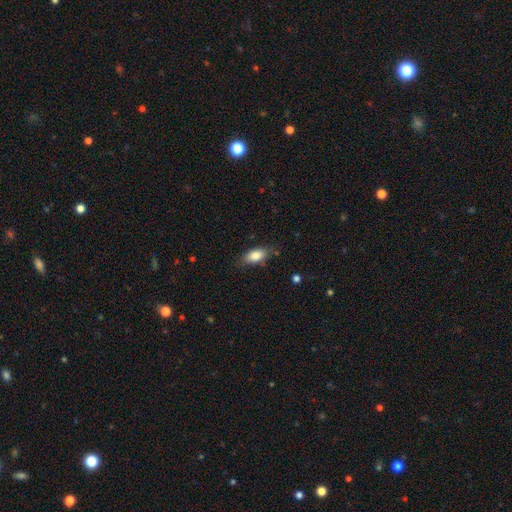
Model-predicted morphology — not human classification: Smooth or featured? smooth (82%)
How rounded? in between (88%)
Merging? none (77%)